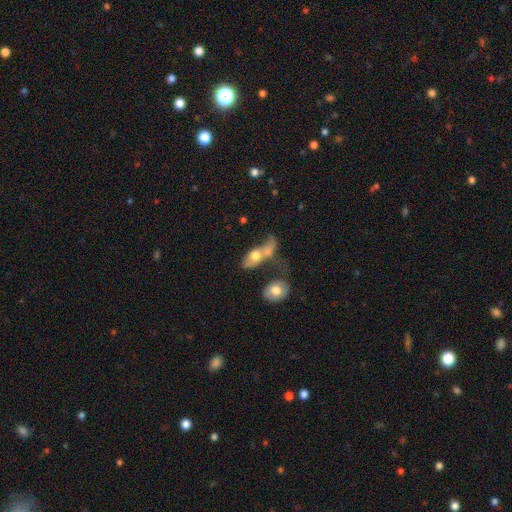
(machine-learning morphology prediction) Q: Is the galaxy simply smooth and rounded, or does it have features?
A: smooth — 57%.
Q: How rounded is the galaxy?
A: in between — 73%.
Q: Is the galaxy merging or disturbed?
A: merger — 52%.